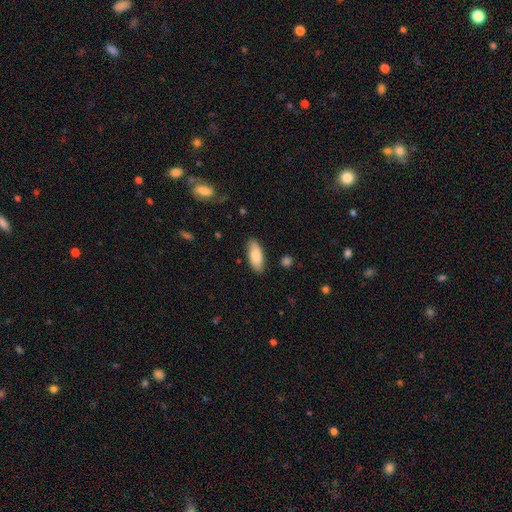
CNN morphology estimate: Smooth or featured?
  - smooth: 82% *
  - featured or disk: 12%
  - star or artifact: 6%
How rounded?
  - in between: 83% *
  - cigar-shaped: 15%
  - round: 2%
Merging?
  - none: 84% *
  - minor disturbance: 12%
  - major disturbance: 2%
  - merger: 1%